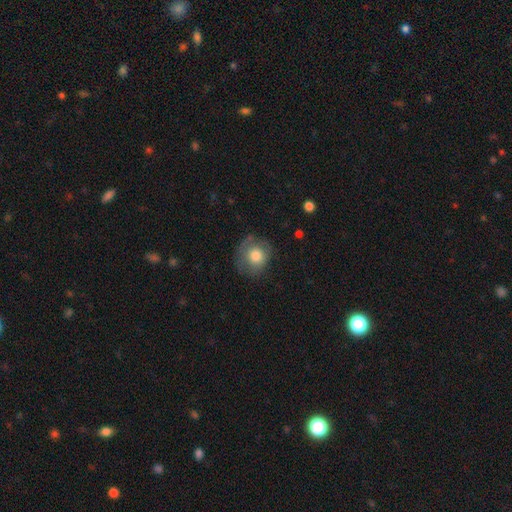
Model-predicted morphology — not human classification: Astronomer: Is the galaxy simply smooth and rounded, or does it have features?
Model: smooth — 71%.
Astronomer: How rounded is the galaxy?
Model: round — 81%.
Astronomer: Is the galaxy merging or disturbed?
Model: none — 63%.